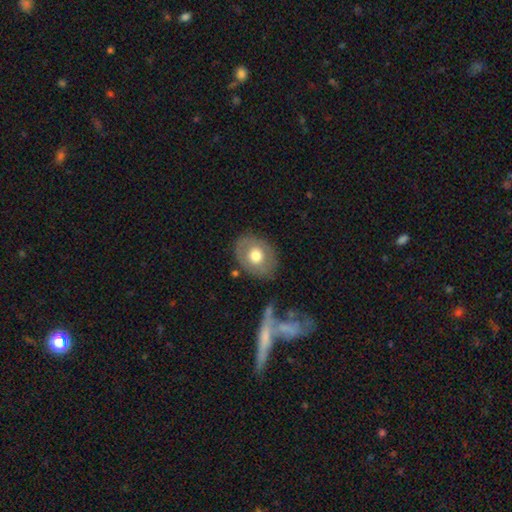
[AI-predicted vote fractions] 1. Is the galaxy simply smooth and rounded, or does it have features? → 61% smooth, 32% featured or disk, 7% star or artifact.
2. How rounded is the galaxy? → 53% in between, 46% round, 1% cigar-shaped.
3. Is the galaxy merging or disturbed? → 77% none, 14% minor disturbance, 5% major disturbance, 3% merger.